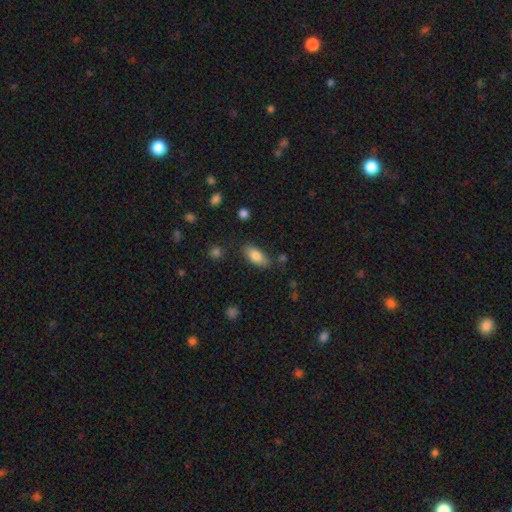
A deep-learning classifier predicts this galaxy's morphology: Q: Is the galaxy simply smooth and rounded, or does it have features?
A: smooth — 80%.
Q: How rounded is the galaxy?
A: in between — 88%.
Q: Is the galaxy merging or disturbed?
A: none — 78%.